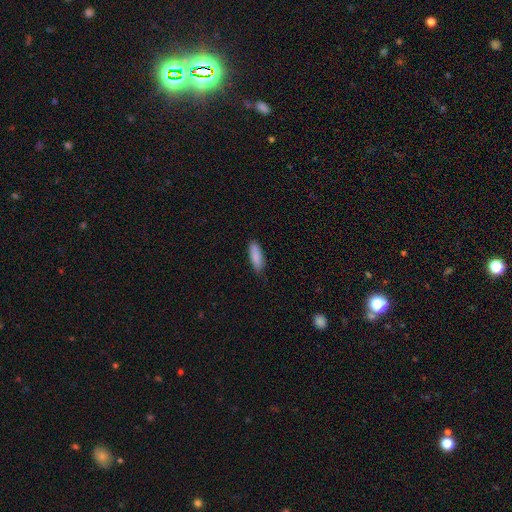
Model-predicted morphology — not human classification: The model was most divided on "how rounded": in between: 58%, cigar-shaped: 40%, round: 2%. More confident: smooth or featured — smooth (88%); merging — none (85%).